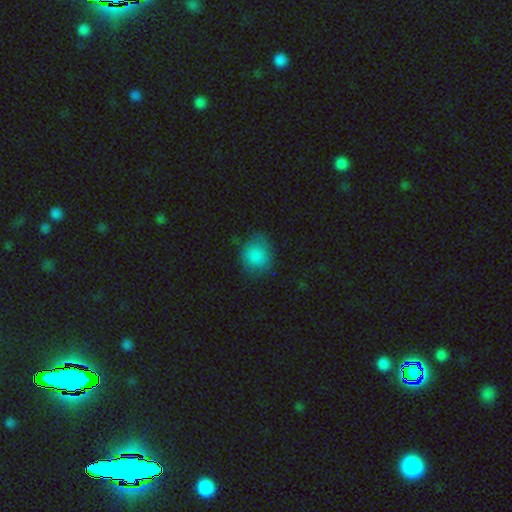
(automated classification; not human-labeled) A smooth galaxy with no disk features (84%) that is round (70%).

Vote fractions:
- Smooth or featured? smooth: 84% / star or artifact: 9% / featured or disk: 7%
- How rounded? round: 70% / in between: 29% / cigar-shaped: 1%
- Merging? none: 68% / minor disturbance: 24% / major disturbance: 7% / merger: 2%